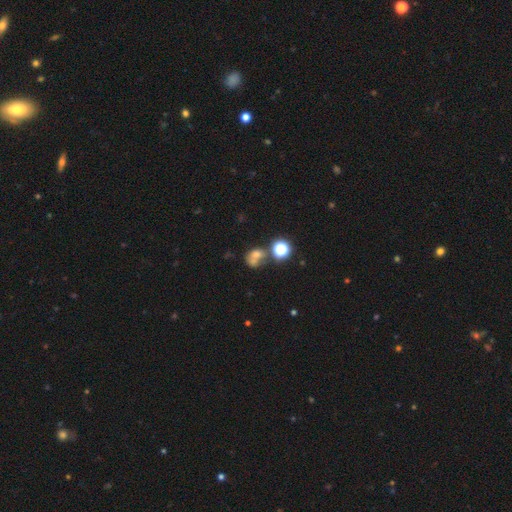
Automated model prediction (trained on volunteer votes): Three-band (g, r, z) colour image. It shows a smooth galaxy with no disk features (59%) that is round (56%). Merging: merger (44%).